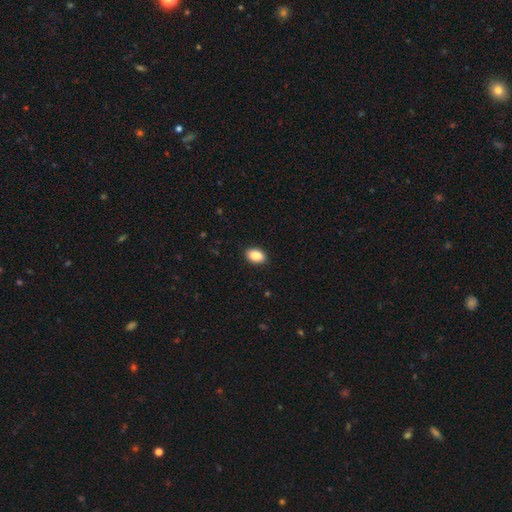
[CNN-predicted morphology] A smooth galaxy with no disk features (87%) that is in between round and cigar-shaped (88%).

Vote fractions:
- Smooth or featured? smooth: 87% / star or artifact: 8% / featured or disk: 5%
- How rounded? in between: 88% / round: 11% / cigar-shaped: 1%
- Merging? none: 91% / minor disturbance: 7% / major disturbance: 2% / merger: 1%